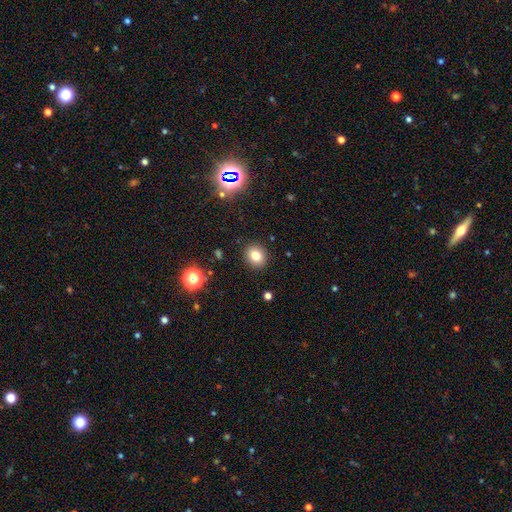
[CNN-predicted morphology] Smooth or featured?
  - smooth: 80% *
  - star or artifact: 13%
  - featured or disk: 8%
How rounded?
  - round: 70% *
  - in between: 29%
  - cigar-shaped: 1%
Merging?
  - none: 90% *
  - minor disturbance: 7%
  - major disturbance: 2%
  - merger: 1%